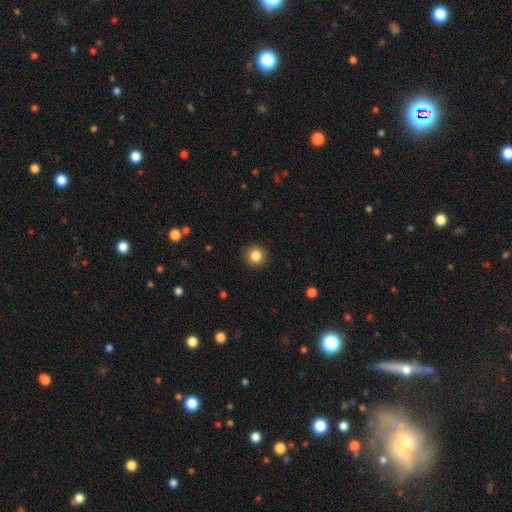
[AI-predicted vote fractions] This is clearly a smooth galaxy (85%). How rounded: clearly round (92%). Merging: clearly none (91%).